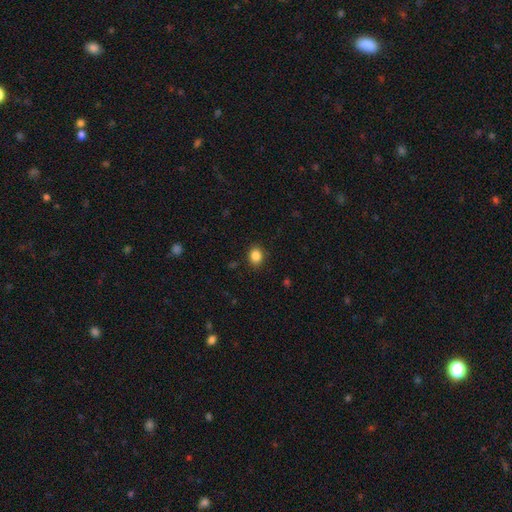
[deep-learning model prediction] Morphology: type=smooth (86%); roundness=round (52%); merging=none (88%).